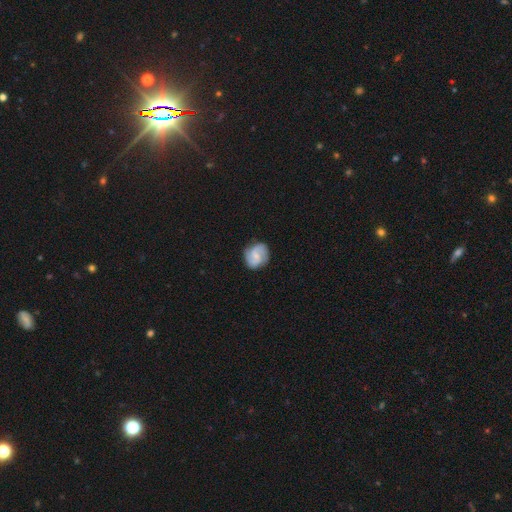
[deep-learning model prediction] Morphology: type=featured or disk (66%); edge-on=no (98%); bar=weak (46%); spiral arms=yes (94%); winding=medium (48%); arm count=2 (77%); bulge=small (57%); merging=none (80%).